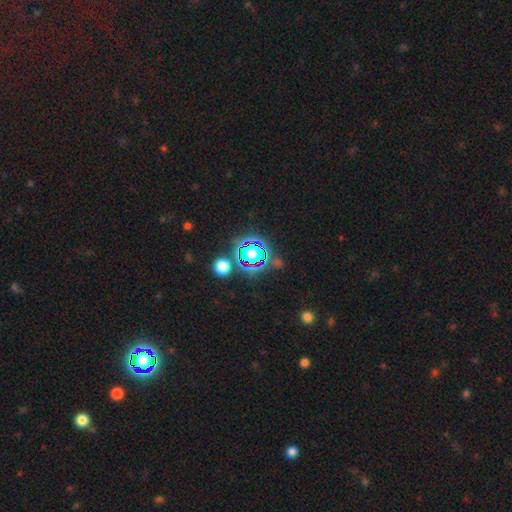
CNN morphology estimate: smooth-or-featured: star or artifact: 64% | smooth: 25% | featured or disk: 11%